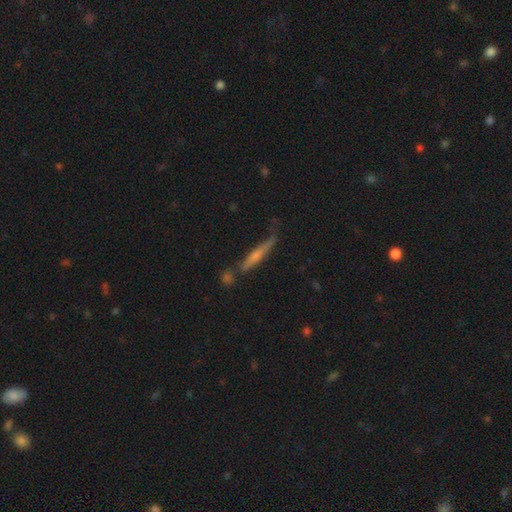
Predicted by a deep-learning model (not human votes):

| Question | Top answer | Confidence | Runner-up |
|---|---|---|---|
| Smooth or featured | featured or disk | 56% | smooth (36%) |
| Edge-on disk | yes | 92% | no (8%) |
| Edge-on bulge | rounded | 62% | none (29%) |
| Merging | none | 63% | minor disturbance (22%) |